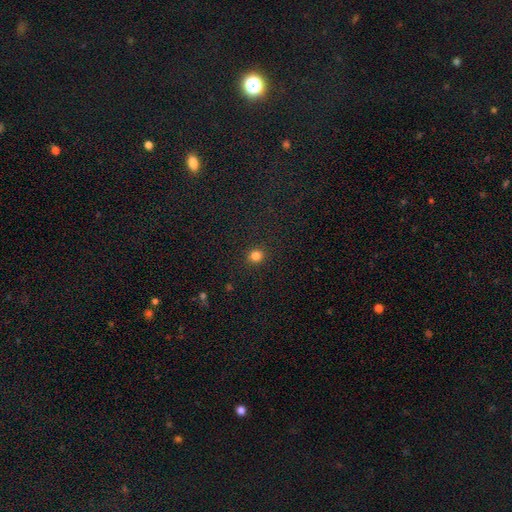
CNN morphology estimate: type=smooth (83%); roundness=round (87%); merging=none (91%).